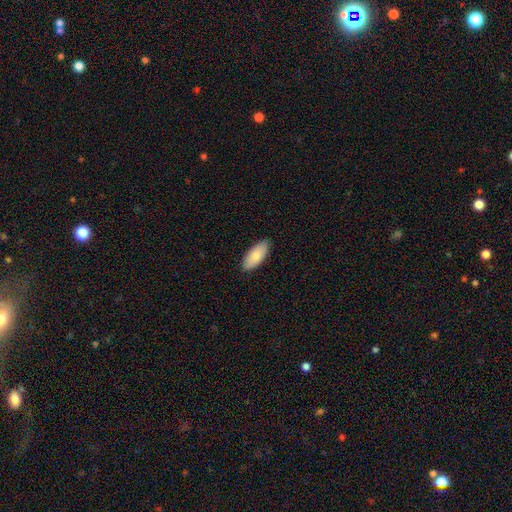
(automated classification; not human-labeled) Smooth or featured? smooth (82%)
How rounded? in between (88%)
Merging? none (87%)